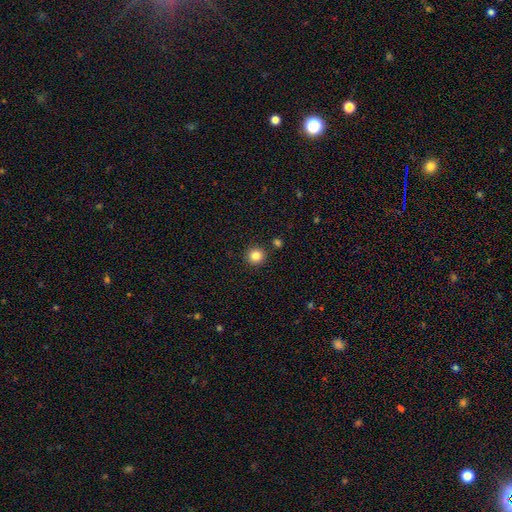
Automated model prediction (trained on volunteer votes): Smooth or featured?
  - smooth: 84% *
  - star or artifact: 11%
  - featured or disk: 5%
How rounded?
  - round: 94% *
  - in between: 5%
  - cigar-shaped: 1%
Merging?
  - none: 89% *
  - minor disturbance: 6%
  - merger: 3%
  - major disturbance: 2%